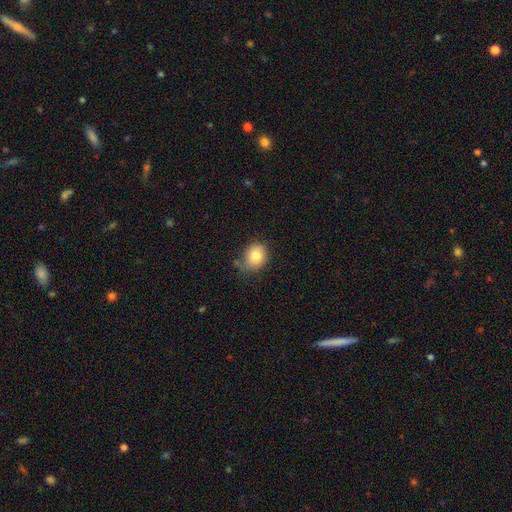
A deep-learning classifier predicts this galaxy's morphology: Smooth or featured? Predicted: smooth (p=0.81). How rounded? Predicted: round (p=0.62). Merging? Predicted: none (p=0.59).